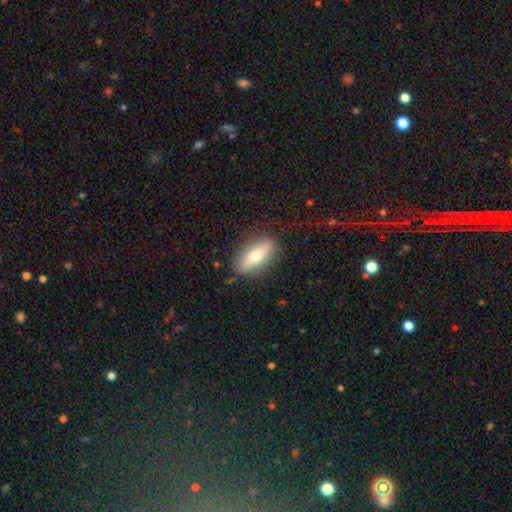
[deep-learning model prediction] This appears to be a smooth galaxy with no disk features (70%) that is in between round and cigar-shaped (64%). Merging: none (83%).